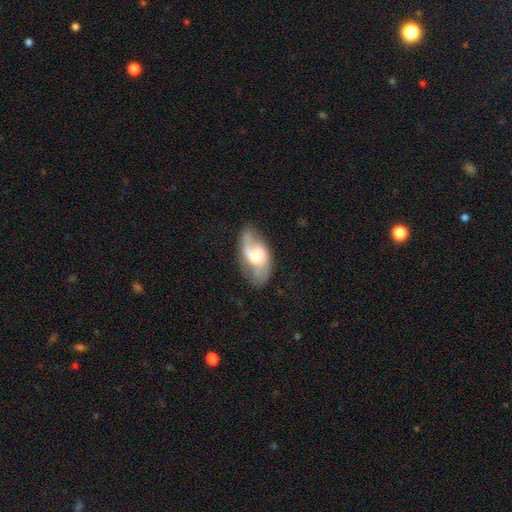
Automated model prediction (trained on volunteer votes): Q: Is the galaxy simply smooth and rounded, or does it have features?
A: featured or disk — 72%.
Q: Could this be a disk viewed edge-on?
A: no — 95%.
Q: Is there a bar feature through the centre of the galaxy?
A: no — 53%.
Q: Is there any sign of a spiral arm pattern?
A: yes — 91%.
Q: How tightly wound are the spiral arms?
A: medium — 43%.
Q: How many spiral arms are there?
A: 2 — 75%.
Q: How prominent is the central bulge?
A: moderate — 55%.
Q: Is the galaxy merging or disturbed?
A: none — 66%.